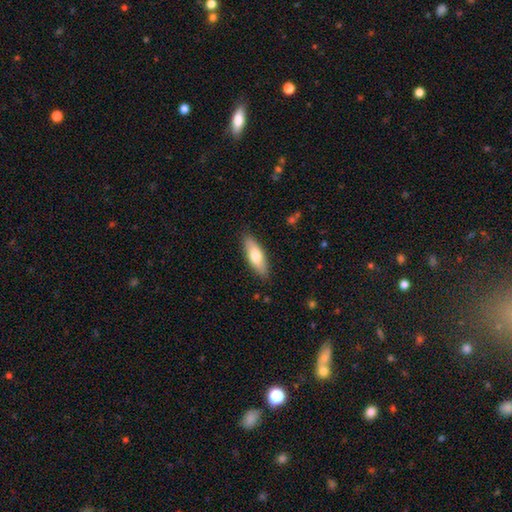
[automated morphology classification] Smooth or featured?
  - smooth: 73% *
  - featured or disk: 22%
  - star or artifact: 6%
How rounded?
  - in between: 59% *
  - cigar-shaped: 39%
  - round: 2%
Merging?
  - none: 86% *
  - minor disturbance: 10%
  - major disturbance: 2%
  - merger: 1%